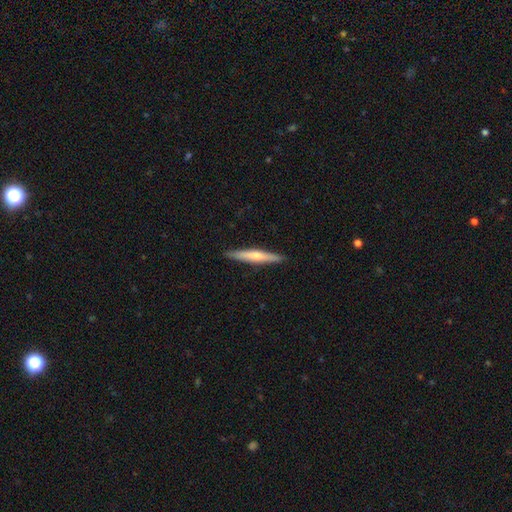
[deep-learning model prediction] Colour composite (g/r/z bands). It shows a smooth galaxy with no disk features (48%). Merging: none (91%).